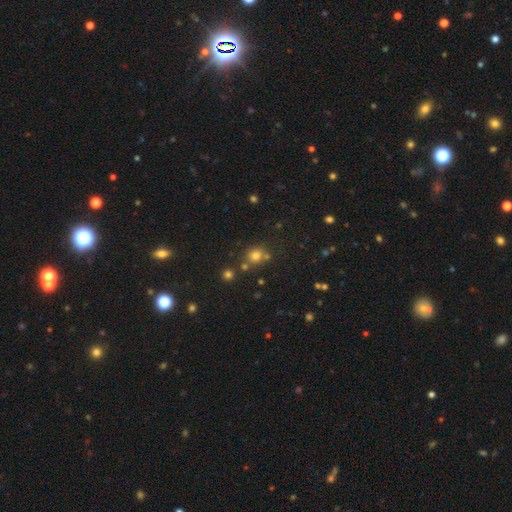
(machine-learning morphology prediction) The model was most divided on "smooth or featured": smooth: 68%, star or artifact: 24%, featured or disk: 8%. More confident: how rounded — round (85%); merging — none (68%).